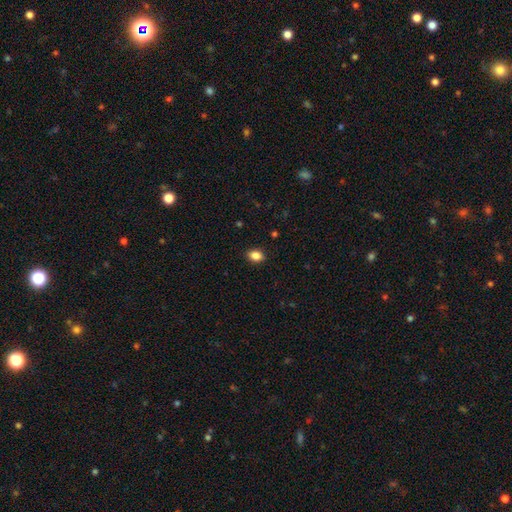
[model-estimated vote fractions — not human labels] Morphology: type=smooth (86%); roundness=in between (75%); merging=none (89%).